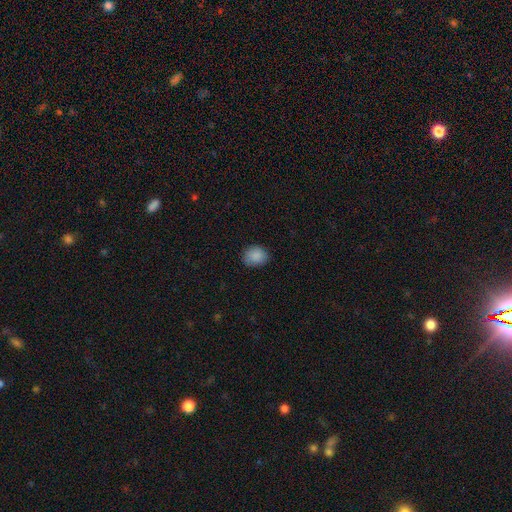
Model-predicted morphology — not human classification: Smooth or featured? Predicted: smooth (p=0.88). How rounded? Predicted: round (p=0.63). Merging? Predicted: none (p=0.82).